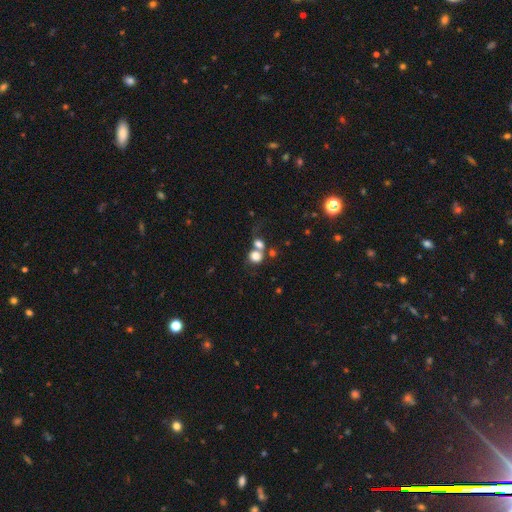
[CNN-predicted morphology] This appears to be a smooth galaxy with no disk features (76%) that is round (78%). Merging: merger (47%).